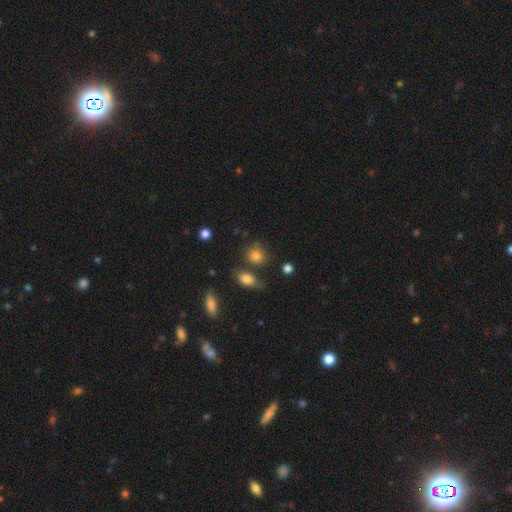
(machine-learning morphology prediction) smooth 82%, star or artifact 11%, featured or disk 8%. Down the decision tree: how rounded — round (75%); merging — none (66%).